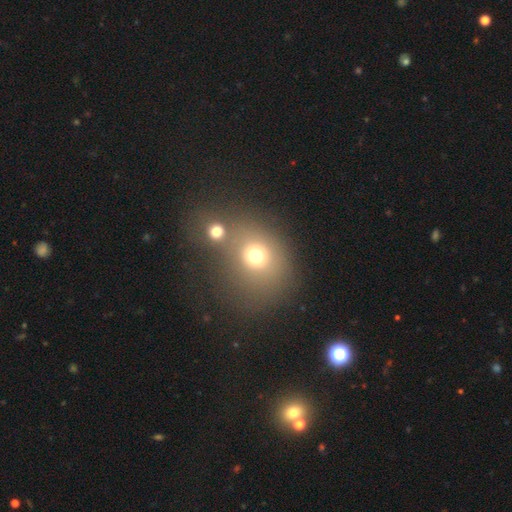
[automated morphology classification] A smooth galaxy with no disk features (71%) that is round (63%).

Vote fractions:
- Smooth or featured? smooth: 71% / star or artifact: 16% / featured or disk: 13%
- How rounded? round: 63% / in between: 36% / cigar-shaped: 1%
- Merging? none: 50% / merger: 31% / minor disturbance: 11% / major disturbance: 8%